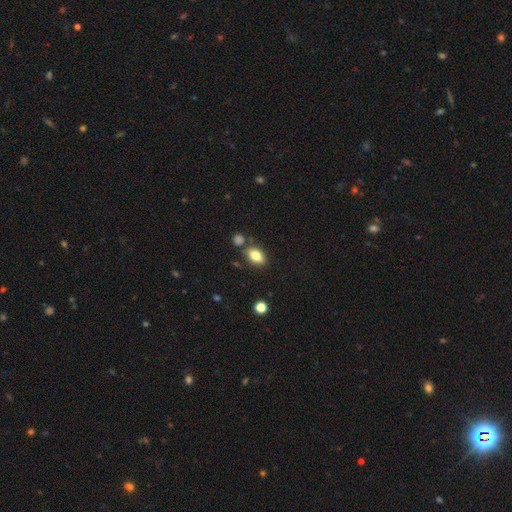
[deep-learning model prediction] Morphology: type=smooth (80%); roundness=in between (86%); merging=none (73%).